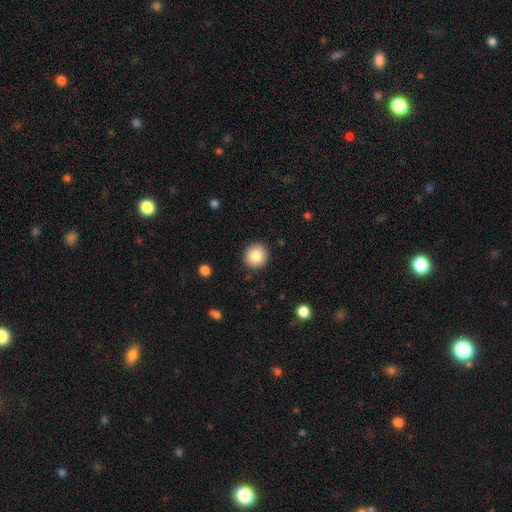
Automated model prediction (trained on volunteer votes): Smooth or featured: smooth — 82% (star or artifact — 9%)
How rounded: round — 91% (in between — 9%)
Merging: none — 91% (minor disturbance — 6%)